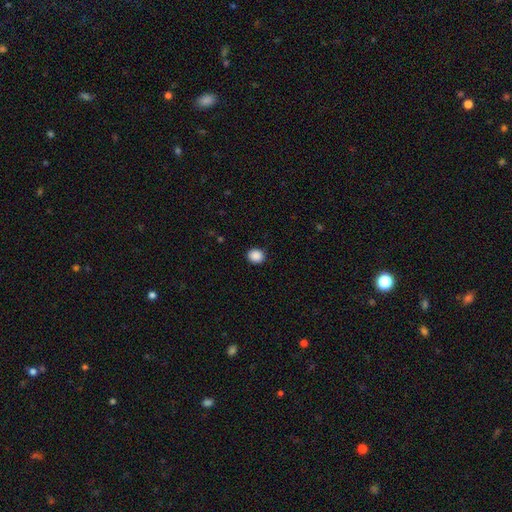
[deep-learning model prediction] smooth 89%, star or artifact 9%, featured or disk 2%. Down the decision tree: how rounded — round (80%); merging — none (91%).